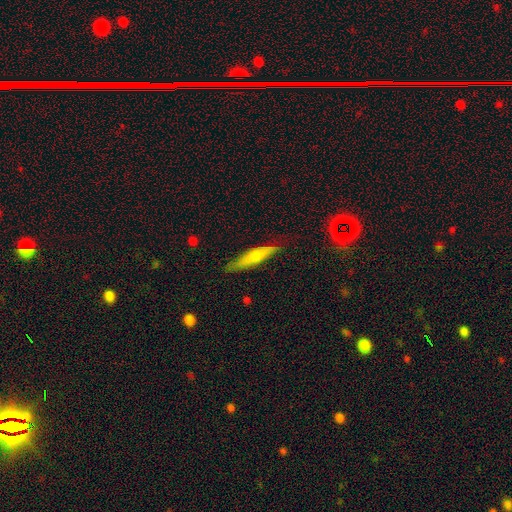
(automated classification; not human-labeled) Overall: smooth (46%, tied with featured or disk). Merging: none (79%).